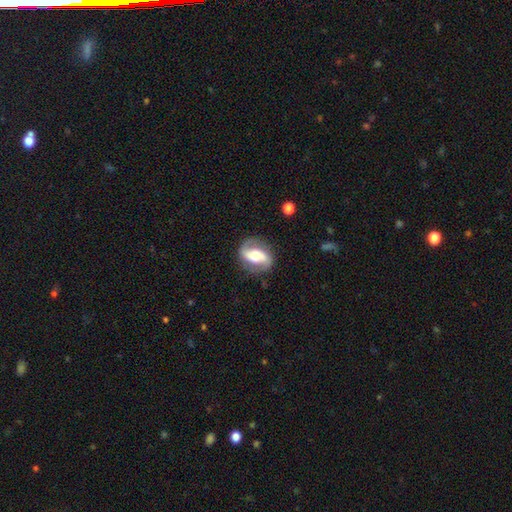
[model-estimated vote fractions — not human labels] Smooth or featured: featured or disk — 78% (smooth — 17%)
Edge-on disk: no — 96% (yes — 4%)
Bar: strong — 38% (weak — 32%)
Spiral arms: yes — 89% (no — 11%)
Spiral winding: medium — 41% (tied with loose — 41%)
Spiral arm count: 2 — 90% (can't tell — 4%)
Bulge size: moderate — 63% (large — 19%)
Merging: none — 81% (minor disturbance — 13%)